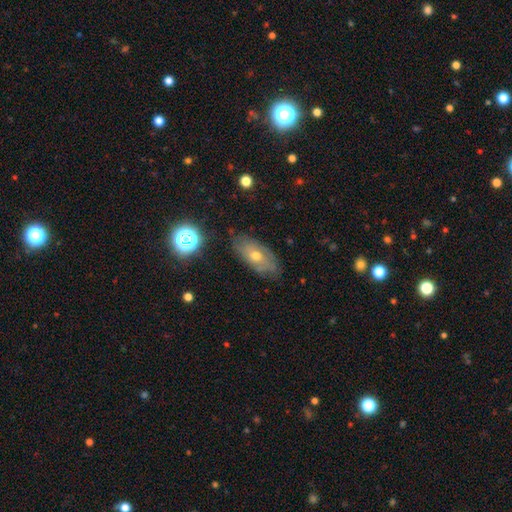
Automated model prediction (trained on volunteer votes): Morphology: type=featured or disk (50%); merging=none (75%).